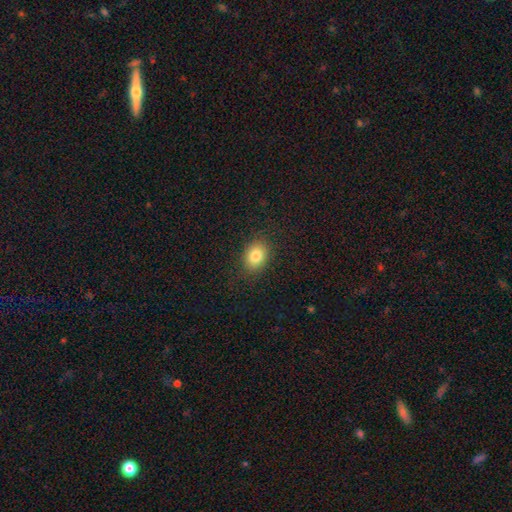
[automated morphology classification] type=smooth (83%); roundness=in between (67%); merging=none (86%).